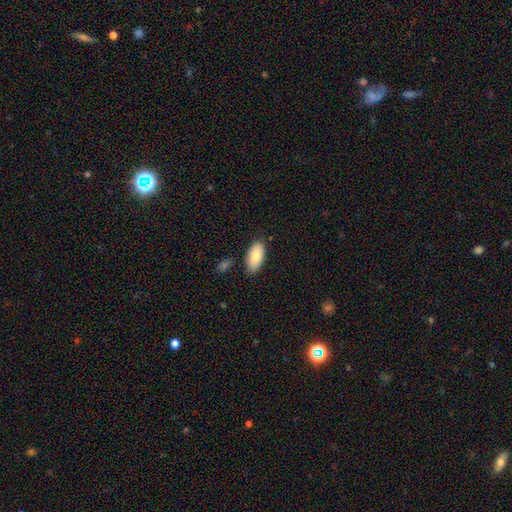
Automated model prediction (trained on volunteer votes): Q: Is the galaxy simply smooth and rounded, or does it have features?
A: smooth — 82%.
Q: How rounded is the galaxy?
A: in between — 94%.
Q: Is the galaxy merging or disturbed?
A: none — 82%.